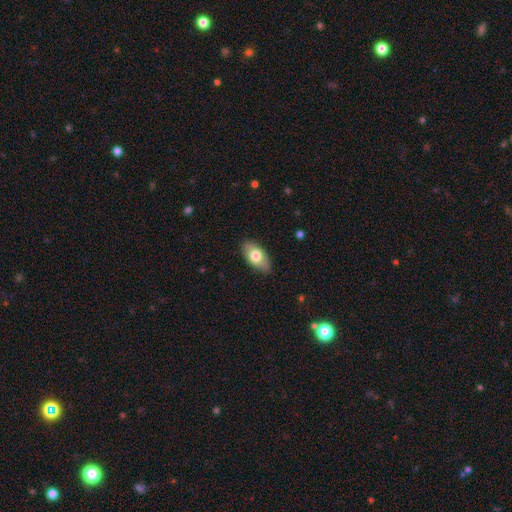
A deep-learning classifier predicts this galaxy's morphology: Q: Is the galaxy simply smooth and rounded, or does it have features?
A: smooth — 73%.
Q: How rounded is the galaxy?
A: in between — 92%.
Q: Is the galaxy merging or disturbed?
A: none — 85%.